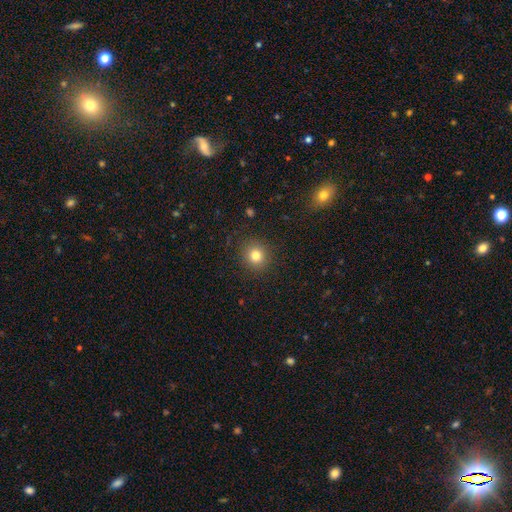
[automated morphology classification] Smooth or featured: smooth — 80% (star or artifact — 13%)
How rounded: round — 89% (in between — 10%)
Merging: none — 90% (minor disturbance — 7%)